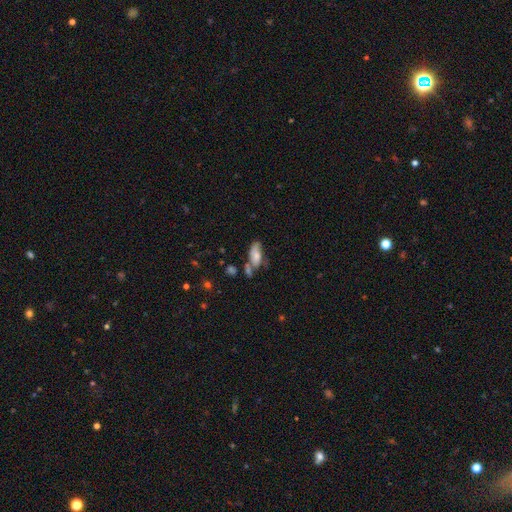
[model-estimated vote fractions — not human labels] Smooth or featured? smooth (64%)
How rounded? in between (83%)
Merging? none (36%)